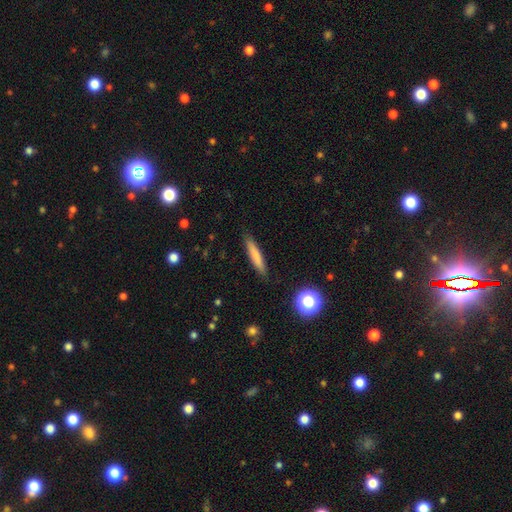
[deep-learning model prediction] Smooth or featured: smooth — 75% (featured or disk — 18%)
How rounded: cigar-shaped — 91% (in between — 8%)
Merging: none — 88% (minor disturbance — 9%)